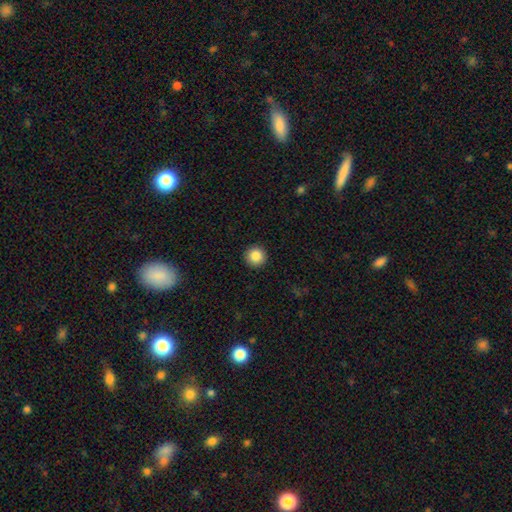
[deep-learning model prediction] Smooth or featured? smooth (87%)
How rounded? round (96%)
Merging? none (93%)